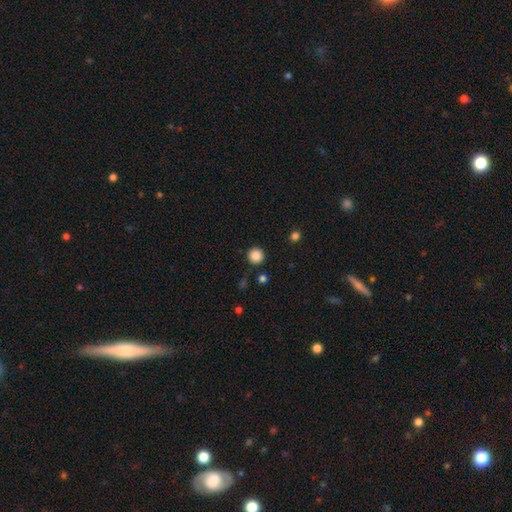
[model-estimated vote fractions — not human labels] Smooth or featured? smooth (87%)
How rounded? round (95%)
Merging? none (90%)